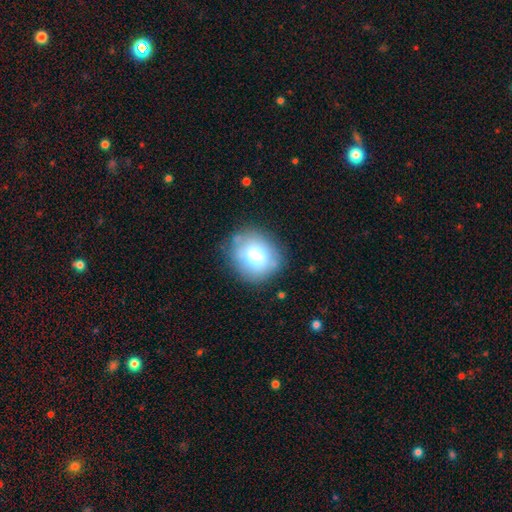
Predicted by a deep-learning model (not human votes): Smooth or featured?
  - smooth: 72% *
  - featured or disk: 18%
  - star or artifact: 10%
How rounded?
  - round: 71% *
  - in between: 28%
  - cigar-shaped: 1%
Merging?
  - none: 76% *
  - minor disturbance: 15%
  - major disturbance: 6%
  - merger: 3%